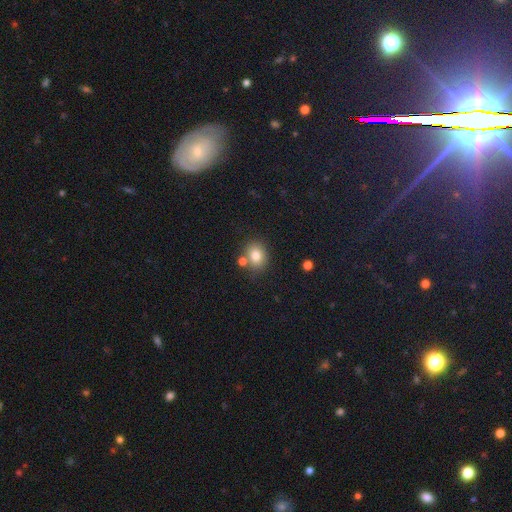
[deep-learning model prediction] smooth-or-featured: smooth: 79% | star or artifact: 11% | featured or disk: 9%
  how-rounded: round: 62% | in between: 37% | cigar-shaped: 1%
  merging: none: 70% | merger: 15% | minor disturbance: 11% | major disturbance: 3%